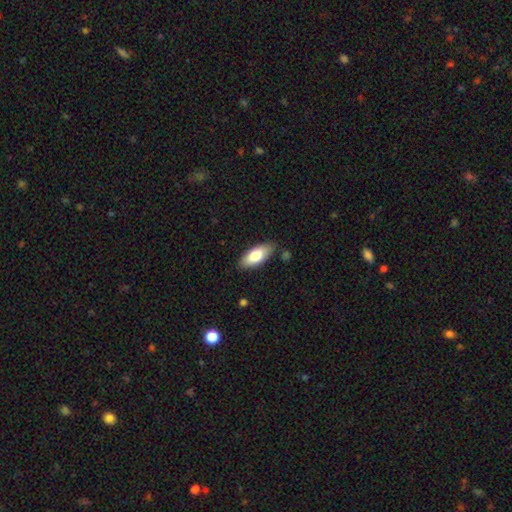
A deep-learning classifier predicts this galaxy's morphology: Overall: smooth (77%). How rounded: in between (85%). Merging: none (84%).